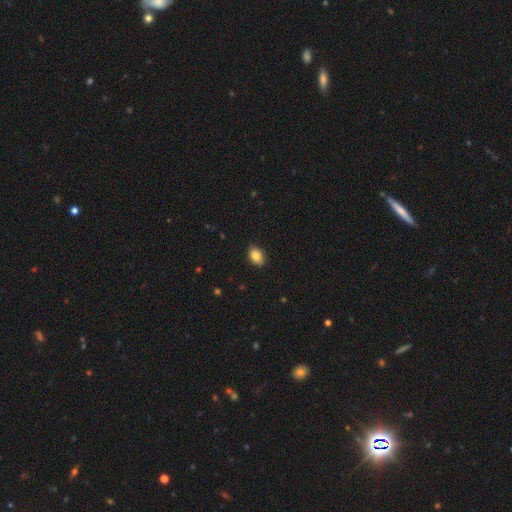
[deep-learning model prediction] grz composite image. It shows a smooth galaxy with no disk features (84%) that is in between round and cigar-shaped (84%). Merging: none (87%).